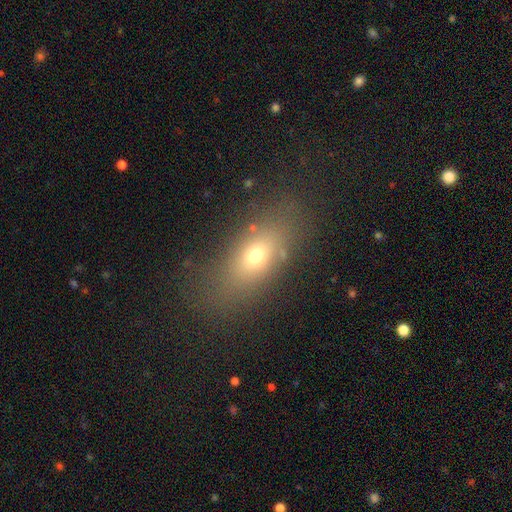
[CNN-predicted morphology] Smooth or featured? smooth (68%)
How rounded? in between (76%)
Merging? none (78%)